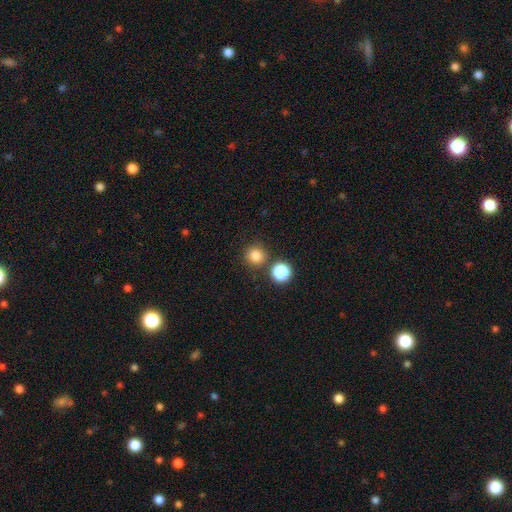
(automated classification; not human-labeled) This is clearly a smooth galaxy (81%). How rounded: clearly round (93%). Merging: clearly none (81%).